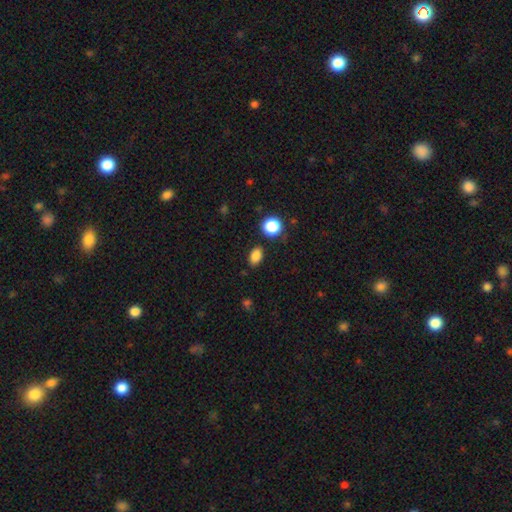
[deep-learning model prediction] The model was most divided on "how rounded": in between: 80%, round: 18%, cigar-shaped: 2%. More confident: smooth or featured — smooth (85%); merging — none (83%).